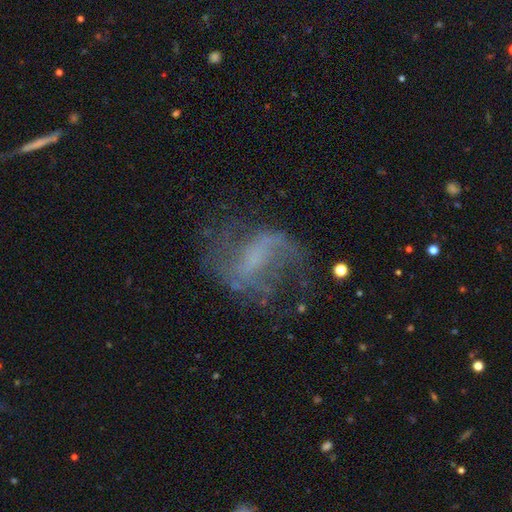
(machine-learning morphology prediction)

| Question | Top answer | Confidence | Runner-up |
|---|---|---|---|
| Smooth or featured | featured or disk | 75% | star or artifact (13%) |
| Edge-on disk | no | 97% | yes (3%) |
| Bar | weak | 45% | no (31%) |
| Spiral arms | yes | 83% | no (17%) |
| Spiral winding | loose | 61% | medium (31%) |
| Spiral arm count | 2 | 70% | can't tell (13%) |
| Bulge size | none | 52% | small (31%) |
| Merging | none | 55% | major disturbance (25%) |